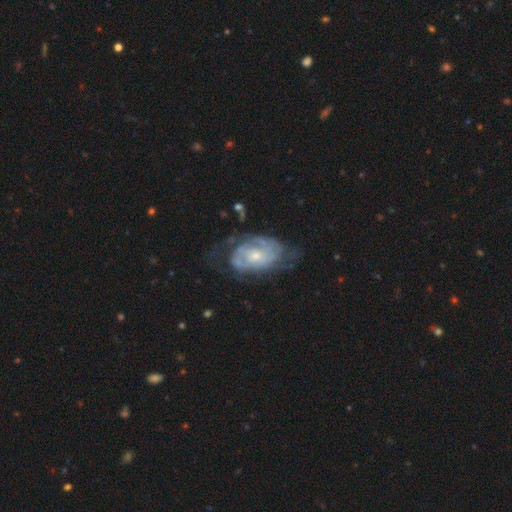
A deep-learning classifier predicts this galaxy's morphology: This is likely a featured or disk galaxy (78%). It is clearly not viewed edge-on (96%). Bar: likely no (71%). Spiral arm pattern: clearly yes (87%). Spiral arm count: marginally can't tell (41%). Spiral winding: possibly tight (58%). Central bulge: possibly small (53%). Merging: possibly none (55%).